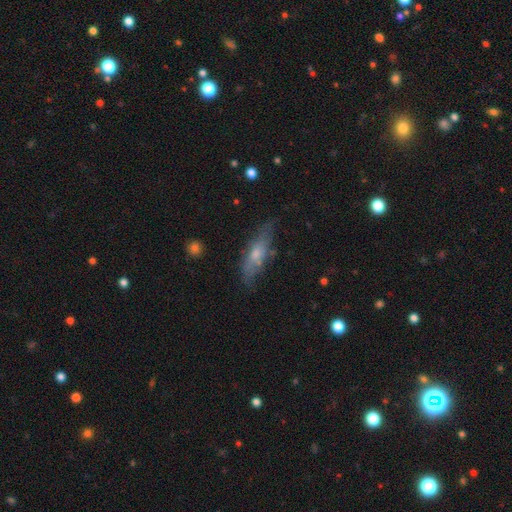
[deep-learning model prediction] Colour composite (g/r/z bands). It shows a featured or disk galaxy (46%). Merging: none (67%).